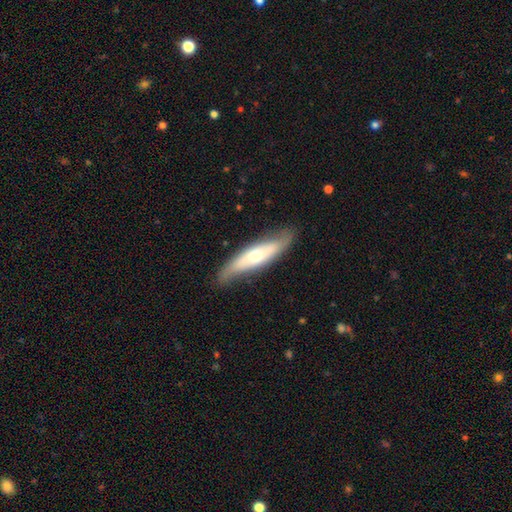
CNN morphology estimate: smooth_or_featured: featured or disk (p=0.57) [alt: smooth p=0.37]
disk_edge_on: no (p=0.51) [alt: yes p=0.49]
merging: none (p=0.78) [alt: minor disturbance p=0.17]